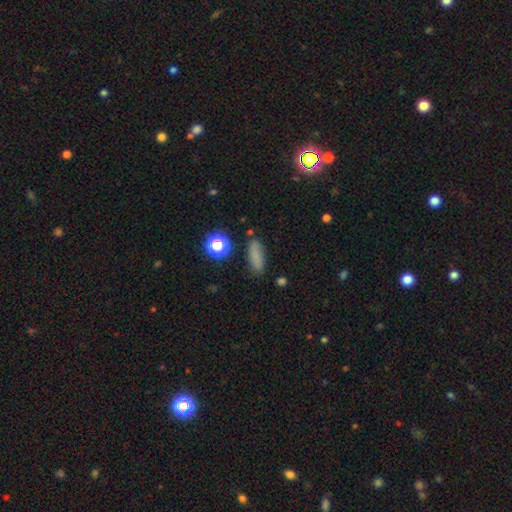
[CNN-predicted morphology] Q: Smooth or featured?
A: smooth (79%); runner-up: star or artifact (14%)
Q: How rounded?
A: in between (53%); runner-up: cigar-shaped (41%)
Q: Merging?
A: none (81%); runner-up: minor disturbance (12%)